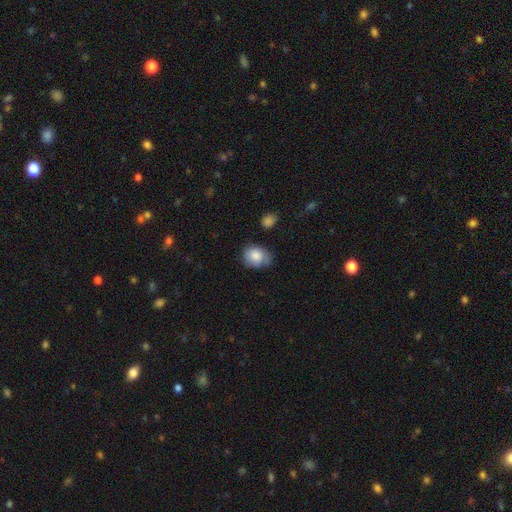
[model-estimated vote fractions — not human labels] The model was most divided on "how rounded": round: 51%, in between: 48%, cigar-shaped: 1%. More confident: smooth or featured — smooth (80%); merging — none (54%).